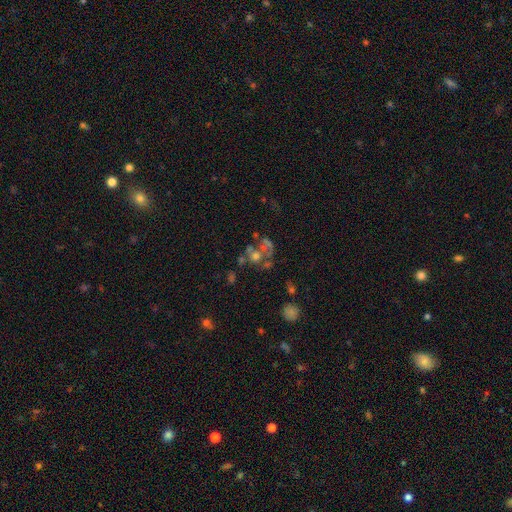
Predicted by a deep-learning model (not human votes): Smooth or featured?
  - smooth: 41% * (tied)
  - featured or disk: 41% * (tied)
  - star or artifact: 18%
Merging?
  - merger: 36% *
  - none: 31%
  - major disturbance: 21%
  - minor disturbance: 12%